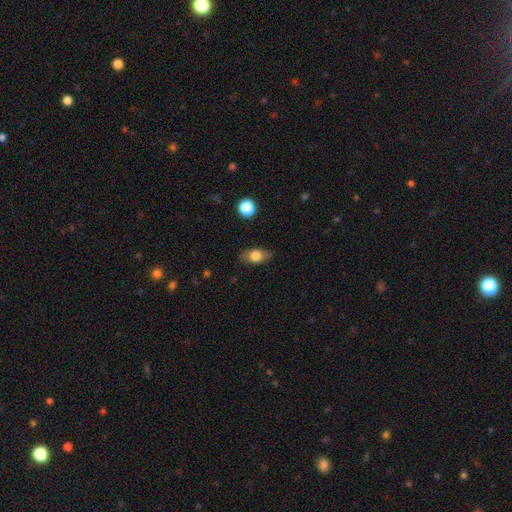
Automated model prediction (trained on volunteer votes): This is likely a smooth galaxy (74%). How rounded: clearly in between (83%). Merging: clearly none (83%).